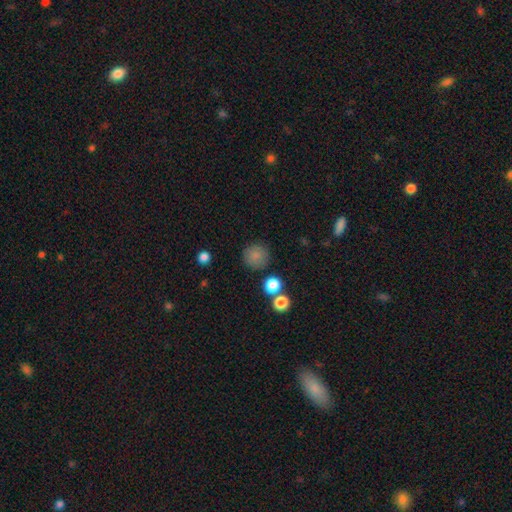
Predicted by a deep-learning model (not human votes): A smooth galaxy with no disk features (83%) that is round (93%).

Vote fractions:
- Smooth or featured? smooth: 83% / star or artifact: 11% / featured or disk: 7%
- How rounded? round: 93% / in between: 6% / cigar-shaped: 1%
- Merging? none: 82% / minor disturbance: 9% / merger: 5% / major disturbance: 4%